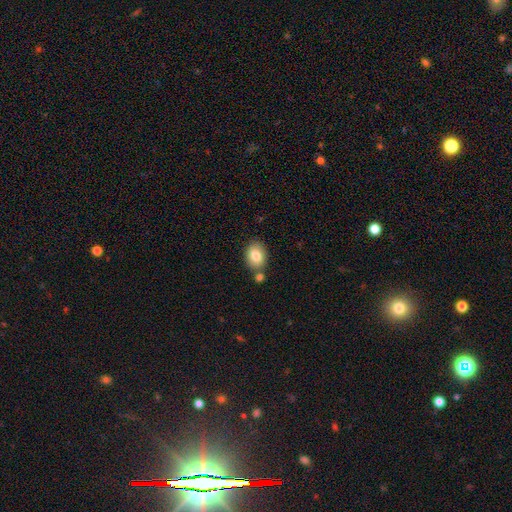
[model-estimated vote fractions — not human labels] Smooth or featured?
  - smooth: 83% *
  - featured or disk: 10%
  - star or artifact: 8%
How rounded?
  - in between: 72% *
  - round: 27%
  - cigar-shaped: 1%
Merging?
  - none: 72% *
  - minor disturbance: 13%
  - merger: 13%
  - major disturbance: 3%